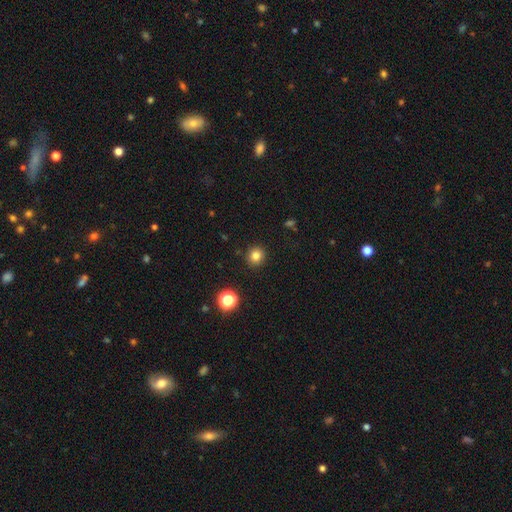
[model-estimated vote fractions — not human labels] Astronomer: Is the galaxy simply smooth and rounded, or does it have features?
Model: smooth — 82%.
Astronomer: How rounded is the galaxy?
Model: round — 90%.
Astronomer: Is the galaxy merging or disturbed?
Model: none — 91%.